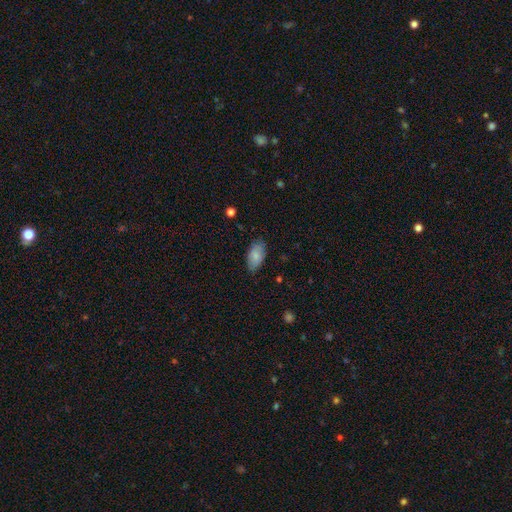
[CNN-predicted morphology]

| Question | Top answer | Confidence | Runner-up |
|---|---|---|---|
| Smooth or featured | smooth | 82% | featured or disk (12%) |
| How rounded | in between | 94% | round (3%) |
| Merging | none | 79% | minor disturbance (17%) |